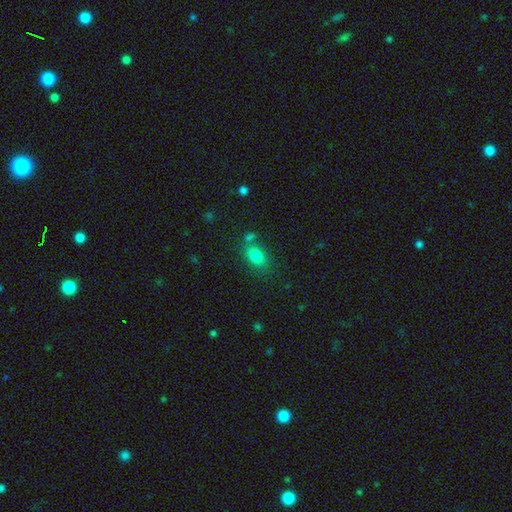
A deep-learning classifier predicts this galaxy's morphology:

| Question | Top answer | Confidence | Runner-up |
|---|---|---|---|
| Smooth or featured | smooth | 83% | star or artifact (10%) |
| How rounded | in between | 84% | round (13%) |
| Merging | none | 65% | merger (15%) |